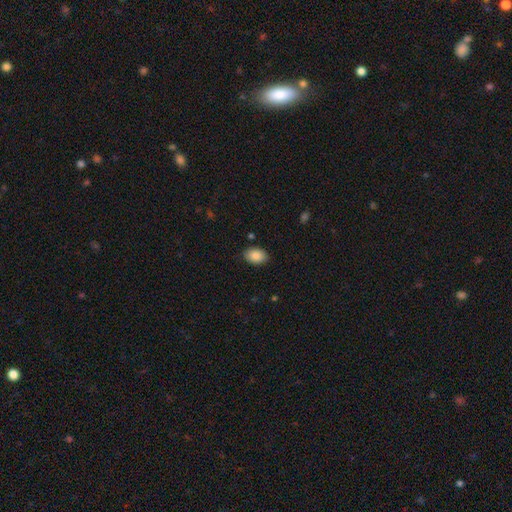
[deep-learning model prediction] Smooth or featured? smooth (88%)
How rounded? in between (86%)
Merging? none (87%)